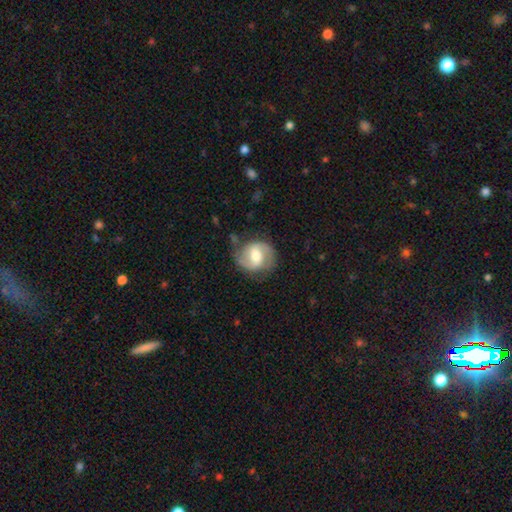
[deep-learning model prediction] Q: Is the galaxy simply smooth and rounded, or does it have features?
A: featured or disk — 72%.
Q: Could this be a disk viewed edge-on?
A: no — 98%.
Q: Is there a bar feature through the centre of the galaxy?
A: weak — 50%.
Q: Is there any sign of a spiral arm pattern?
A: yes — 90%.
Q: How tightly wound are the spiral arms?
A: medium — 51%.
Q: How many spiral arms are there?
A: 2 — 89%.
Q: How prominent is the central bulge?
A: moderate — 65%.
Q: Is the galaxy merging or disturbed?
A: none — 75%.